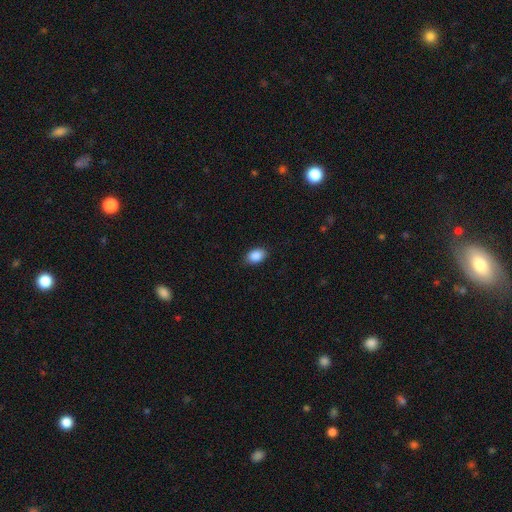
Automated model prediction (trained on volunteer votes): smooth-or-featured: smooth: 89% | star or artifact: 8% | featured or disk: 3%
  how-rounded: in between: 85% | round: 14% | cigar-shaped: 1%
  merging: none: 86% | minor disturbance: 10% | major disturbance: 2% | merger: 1%